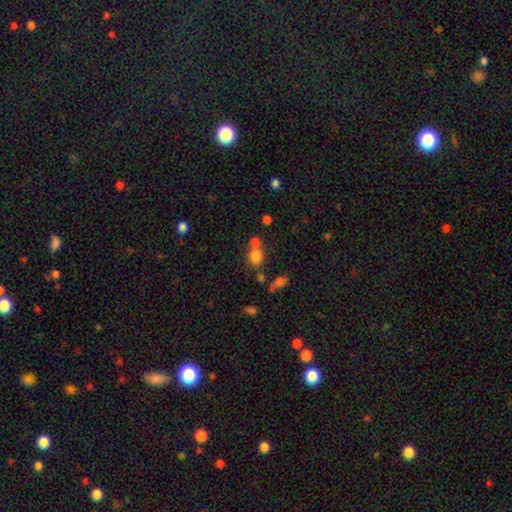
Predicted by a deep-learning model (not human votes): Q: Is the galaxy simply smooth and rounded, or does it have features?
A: smooth — 78%.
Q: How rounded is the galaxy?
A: round — 76%.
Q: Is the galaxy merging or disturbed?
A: none — 49%.